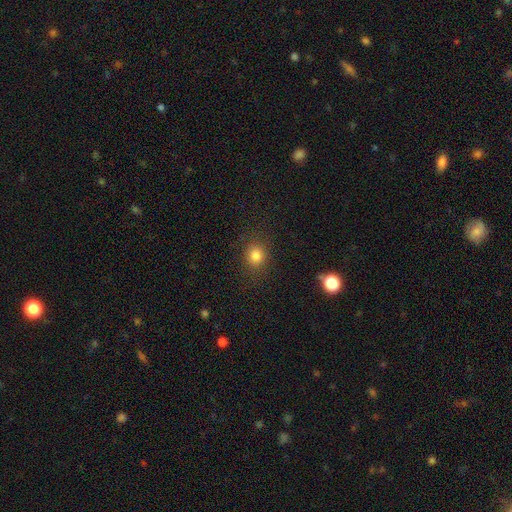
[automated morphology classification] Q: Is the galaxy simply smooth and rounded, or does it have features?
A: smooth — 81%.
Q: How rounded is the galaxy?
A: round — 78%.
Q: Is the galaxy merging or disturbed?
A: none — 86%.